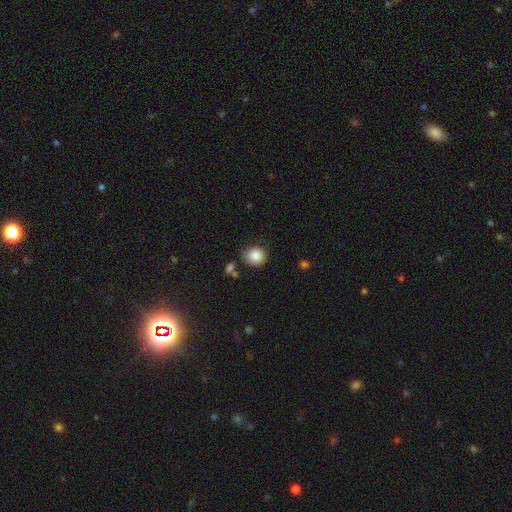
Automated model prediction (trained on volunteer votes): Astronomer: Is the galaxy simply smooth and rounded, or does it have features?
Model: smooth — 86%.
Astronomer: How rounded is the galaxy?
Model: round — 79%.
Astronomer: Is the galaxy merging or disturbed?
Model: none — 75%.